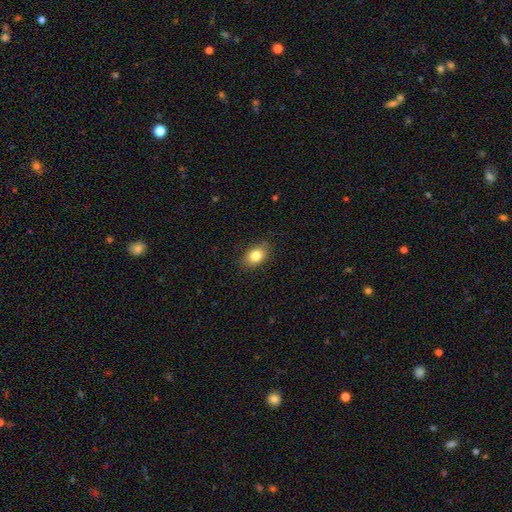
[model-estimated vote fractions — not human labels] This appears to be a smooth galaxy with no disk features (82%) that is in between round and cigar-shaped (75%). Merging: none (83%).